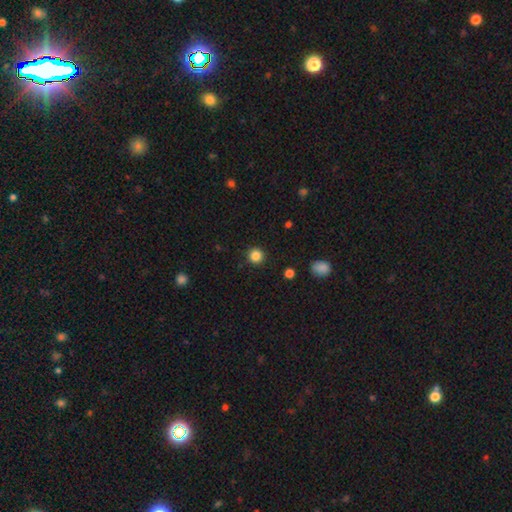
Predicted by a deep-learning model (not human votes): Smooth or featured? smooth (85%)
How rounded? round (94%)
Merging? none (92%)